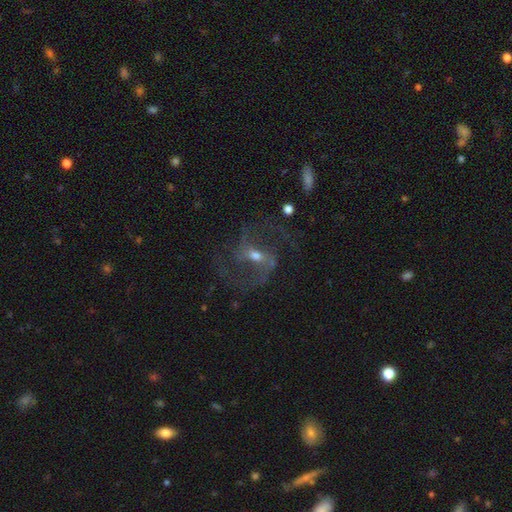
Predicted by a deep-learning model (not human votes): A featured or disk galaxy (85%) with a weak bar (49%), 2 (83%) medium (51%) spiral arms (94%) and a moderate central bulge (52%).

Vote fractions:
- Smooth or featured? featured or disk: 85% / star or artifact: 8% / smooth: 7%
- Edge-on disk? no: 97% / yes: 3%
- Bar? weak: 49% / strong: 28% / no: 23%
- Spiral arms? yes: 94% / no: 6%
- Spiral winding? medium: 51% / loose: 39% / tight: 10%
- Spiral arm count? 2: 83% / 3: 5% / can't tell: 5% / 1: 3% / 4: 2% / more than 4: 2%
- Bulge size? moderate: 52% / small: 42% / large: 3% / none: 2% / dominant: 1%
- Merging? none: 63% / major disturbance: 19% / minor disturbance: 15% / merger: 3%